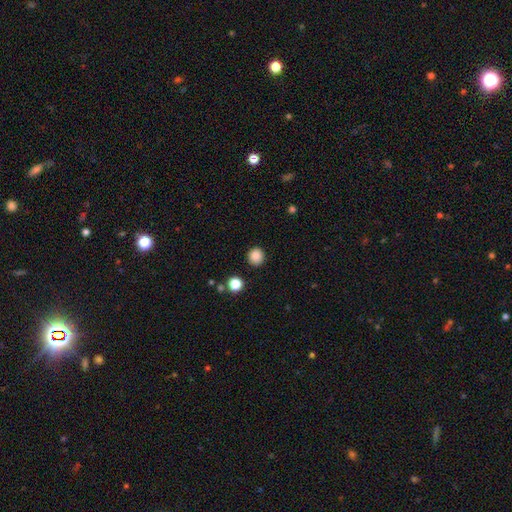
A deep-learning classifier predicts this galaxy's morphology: This is clearly a smooth galaxy (86%). How rounded: clearly round (92%). Merging: clearly none (91%).